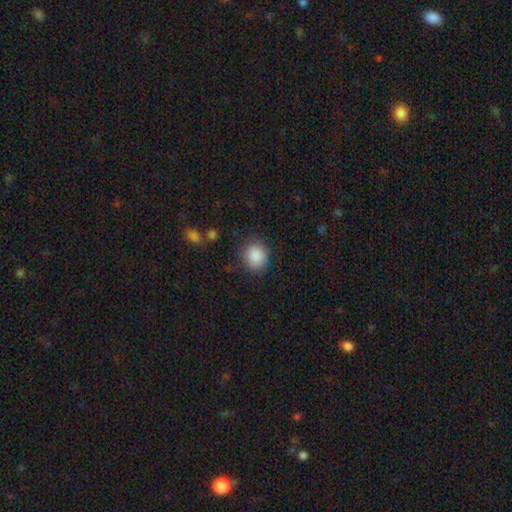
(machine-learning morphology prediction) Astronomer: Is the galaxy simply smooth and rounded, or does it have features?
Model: smooth — 88%.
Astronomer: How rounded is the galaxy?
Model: round — 79%.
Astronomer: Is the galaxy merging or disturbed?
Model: none — 86%.